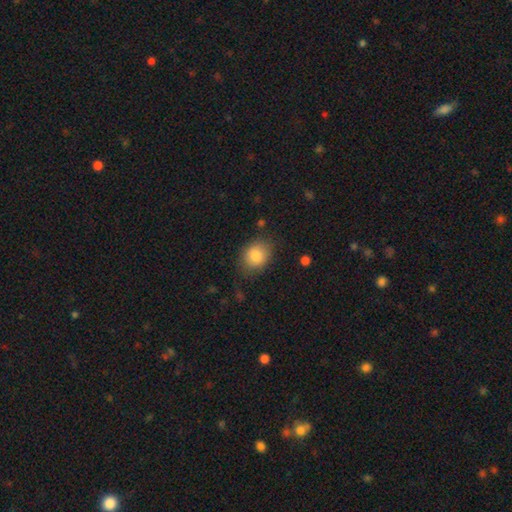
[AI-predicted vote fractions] This is clearly a smooth galaxy (82%). How rounded: possibly round (52%). Merging: likely none (76%).